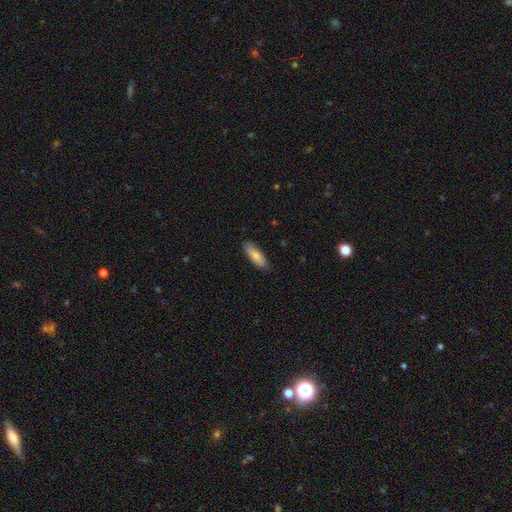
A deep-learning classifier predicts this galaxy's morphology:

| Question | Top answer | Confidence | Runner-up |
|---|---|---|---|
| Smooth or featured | smooth | 81% | featured or disk (13%) |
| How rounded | in between | 61% | cigar-shaped (38%) |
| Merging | none | 84% | minor disturbance (13%) |